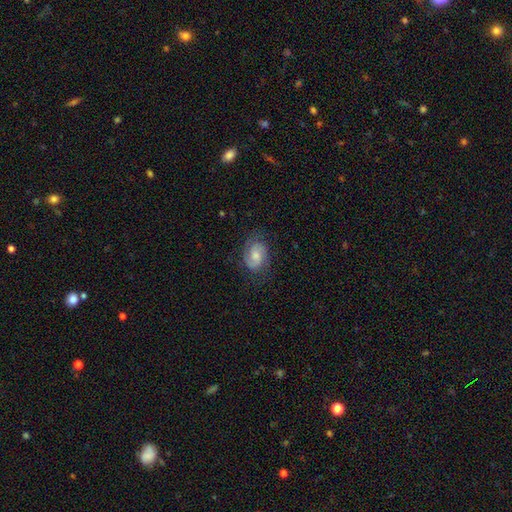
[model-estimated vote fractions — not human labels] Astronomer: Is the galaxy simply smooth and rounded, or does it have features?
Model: featured or disk — 68%.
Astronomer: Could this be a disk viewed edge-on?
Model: no — 97%.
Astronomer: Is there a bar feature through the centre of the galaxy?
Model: no — 54% (runner-up: weak, 39%).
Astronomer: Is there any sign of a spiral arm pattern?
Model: yes — 93%.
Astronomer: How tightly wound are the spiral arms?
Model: medium — 44% (runner-up: tight, 41%).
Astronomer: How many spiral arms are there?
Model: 2 — 80%.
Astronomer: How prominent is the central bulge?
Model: moderate — 47% (runner-up: small, 32%).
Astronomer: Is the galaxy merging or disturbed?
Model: none — 73%.